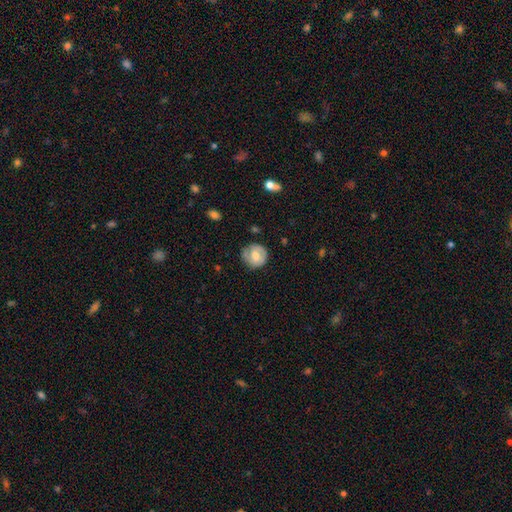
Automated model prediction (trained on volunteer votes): Smooth or featured? smooth (52%)
How rounded? round (88%)
Merging? none (74%)